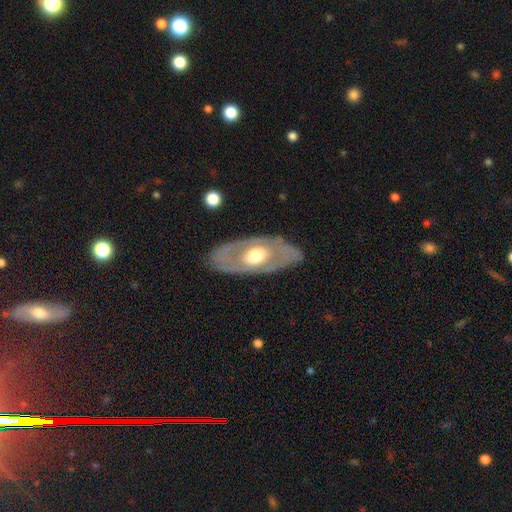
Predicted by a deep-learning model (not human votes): This is likely a featured or disk galaxy (63%). It is clearly not viewed edge-on (85%). Bar: clearly no (85%). Spiral arm pattern: clearly no (82%). Central bulge: possibly moderate (60%). Merging: clearly none (82%).